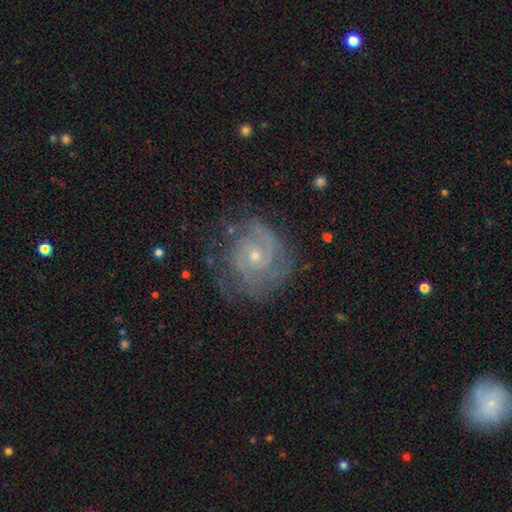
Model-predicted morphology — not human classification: A featured or disk galaxy (87%) with no bar (71%), 2 (46%) tight (66%) spiral arms (97%) and a small central bulge (68%). Merging: none (71%).